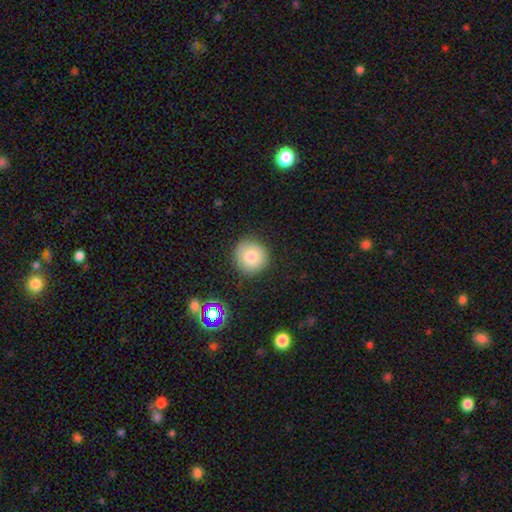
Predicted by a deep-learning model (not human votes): Smooth or featured: smooth — 80% (featured or disk — 10%)
How rounded: round — 94% (in between — 5%)
Merging: none — 87% (minor disturbance — 8%)